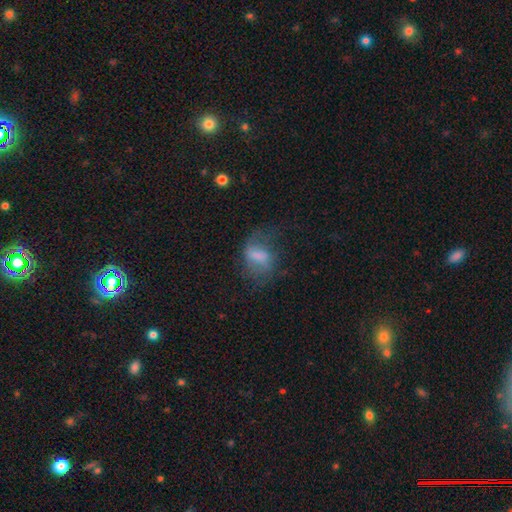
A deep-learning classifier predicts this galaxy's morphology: Smooth or featured? Predicted: smooth (p=0.47). Merging? Predicted: none (p=0.42).